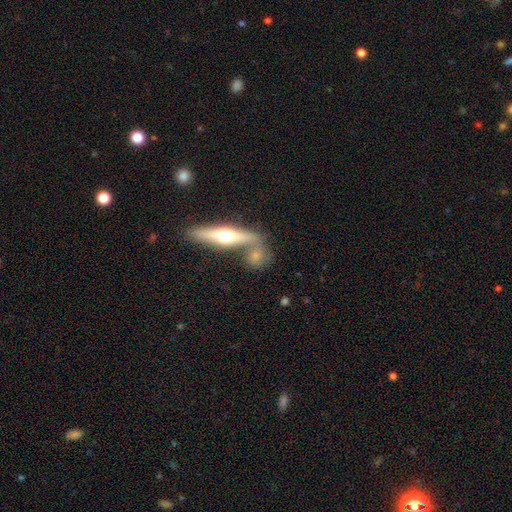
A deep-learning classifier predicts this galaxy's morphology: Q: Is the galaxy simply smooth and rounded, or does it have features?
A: featured or disk — 61%.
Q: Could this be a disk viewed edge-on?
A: yes — 90%.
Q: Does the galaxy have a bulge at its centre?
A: rounded — 95%.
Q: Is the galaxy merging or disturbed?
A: none — 64%.